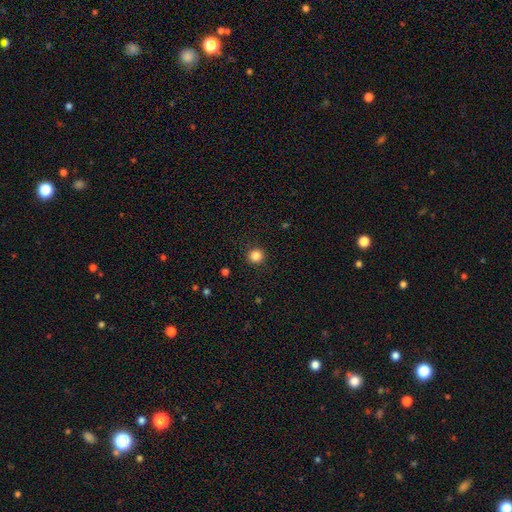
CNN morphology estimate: Smooth or featured? smooth (85%)
How rounded? round (94%)
Merging? none (92%)